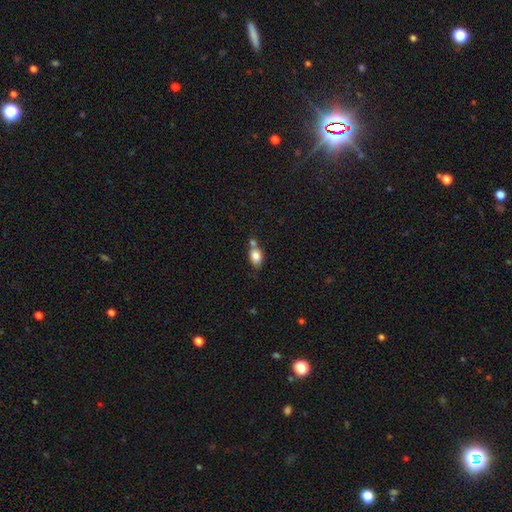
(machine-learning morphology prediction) Smooth or featured?
  - smooth: 82% *
  - featured or disk: 10%
  - star or artifact: 9%
How rounded?
  - in between: 76% *
  - round: 22%
  - cigar-shaped: 2%
Merging?
  - none: 46% *
  - merger: 33%
  - minor disturbance: 16%
  - major disturbance: 5%